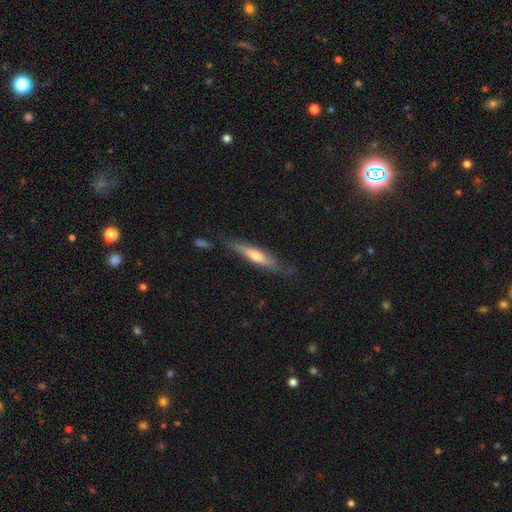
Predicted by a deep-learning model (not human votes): Smooth or featured? featured or disk (51%)
Edge-on disk? yes (85%)
Merging? none (69%)